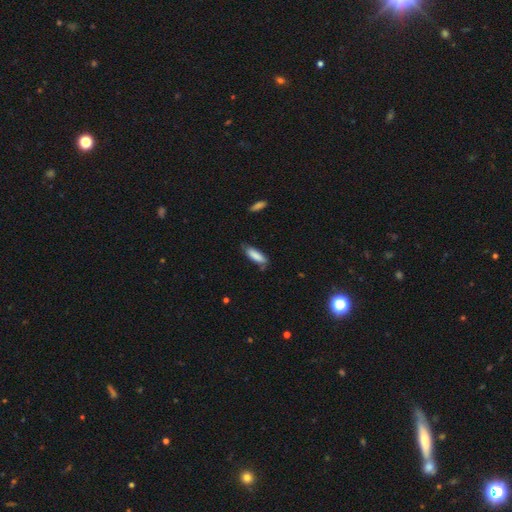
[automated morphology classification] Smooth or featured?
  - smooth: 85% *
  - featured or disk: 9%
  - star or artifact: 6%
How rounded?
  - cigar-shaped: 49% * (tied)
  - in between: 49% * (tied)
  - round: 1%
Merging?
  - none: 69% *
  - minor disturbance: 24%
  - major disturbance: 4%
  - merger: 3%